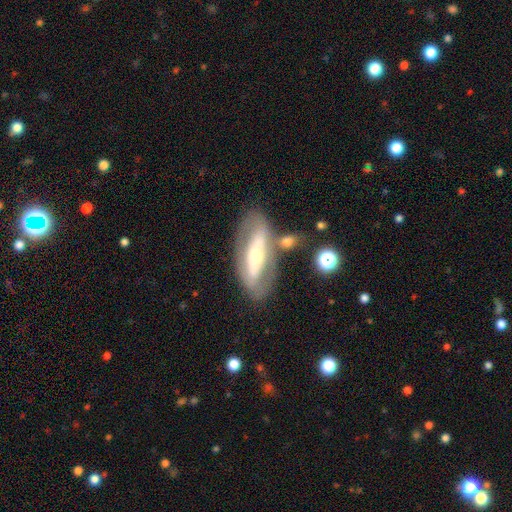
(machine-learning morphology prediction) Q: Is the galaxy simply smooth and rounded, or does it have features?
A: featured or disk — 70%.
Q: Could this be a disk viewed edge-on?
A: no — 76%.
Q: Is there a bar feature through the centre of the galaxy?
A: strong — 51%.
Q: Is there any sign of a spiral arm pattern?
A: no — 57%.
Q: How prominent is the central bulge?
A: moderate — 48%.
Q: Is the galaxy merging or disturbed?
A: none — 67%.